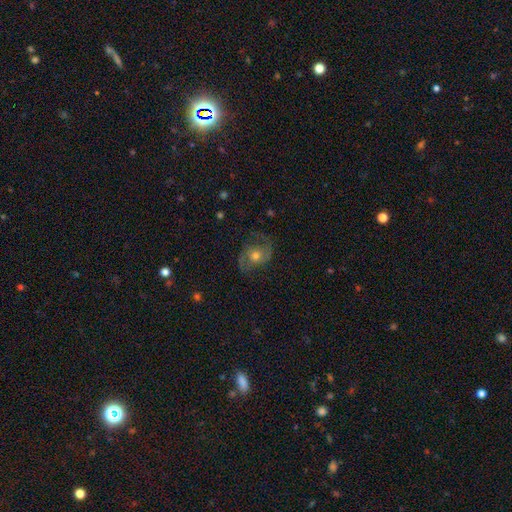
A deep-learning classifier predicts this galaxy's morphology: This appears to be a featured or disk galaxy (77%) with no bar (70%), 2 (89%) medium (52%) spiral arms (93%) and a moderate central bulge (66%). Merging: none (73%).